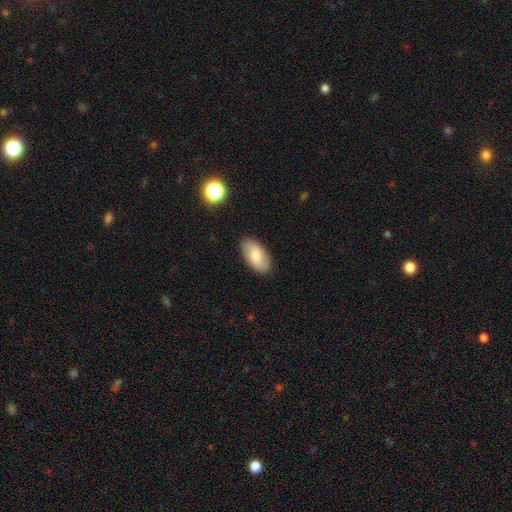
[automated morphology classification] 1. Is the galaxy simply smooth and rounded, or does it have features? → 77% smooth, 17% featured or disk, 6% star or artifact.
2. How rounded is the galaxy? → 94% in between, 3% cigar-shaped, 3% round.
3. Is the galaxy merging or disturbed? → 88% none, 9% minor disturbance, 2% major disturbance, 1% merger.